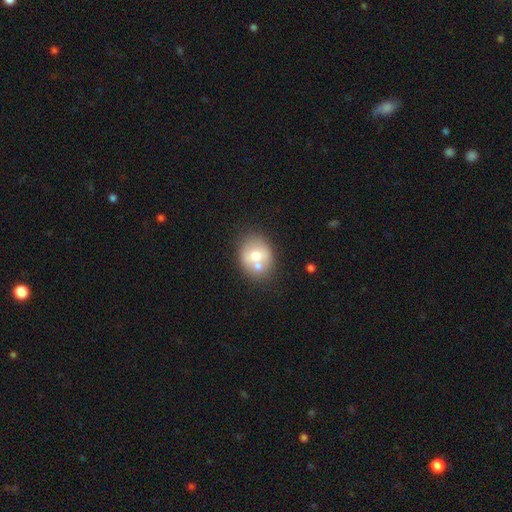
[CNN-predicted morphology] smooth_or_featured: smooth (p=0.63) [alt: featured or disk p=0.28]
how_rounded: round (p=0.62) [alt: in between p=0.37]
merging: none (p=0.52) [alt: merger p=0.31]